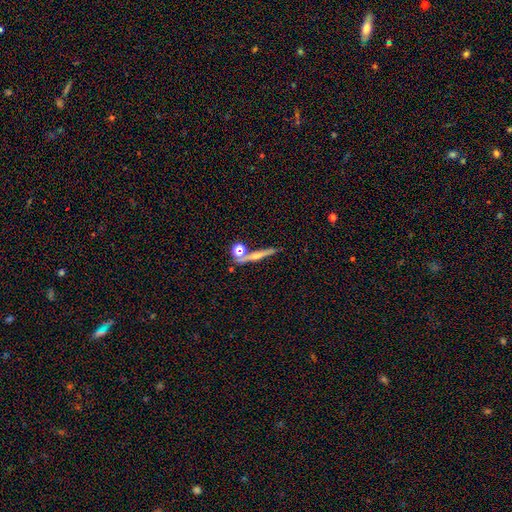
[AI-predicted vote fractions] Smooth or featured?
  - featured or disk: 48% *
  - smooth: 38%
  - star or artifact: 13%
Merging?
  - none: 74% *
  - merger: 14%
  - minor disturbance: 9%
  - major disturbance: 4%